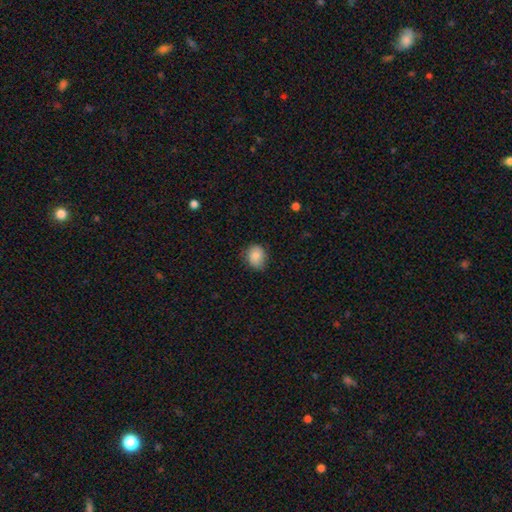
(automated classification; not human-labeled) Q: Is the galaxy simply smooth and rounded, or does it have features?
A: smooth — 84%.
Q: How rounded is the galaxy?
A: round — 61%.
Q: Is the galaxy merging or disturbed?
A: none — 74%.